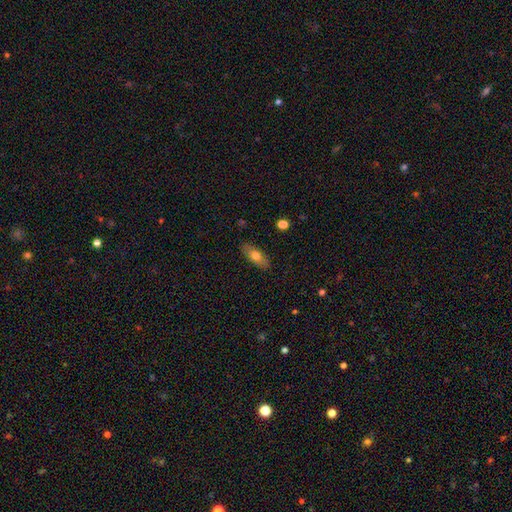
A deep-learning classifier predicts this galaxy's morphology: A smooth galaxy with no disk features (70%) that is in between round and cigar-shaped (74%).

Vote fractions:
- Smooth or featured? smooth: 70% / featured or disk: 23% / star or artifact: 7%
- How rounded? in between: 74% / cigar-shaped: 22% / round: 4%
- Merging? none: 87% / minor disturbance: 10% / major disturbance: 2% / merger: 1%